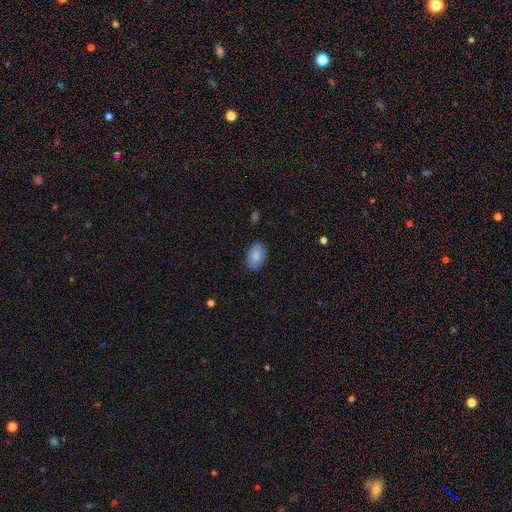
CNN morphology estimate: This appears to be a smooth galaxy with no disk features (86%) that is in between round and cigar-shaped (90%). Merging: none (85%).